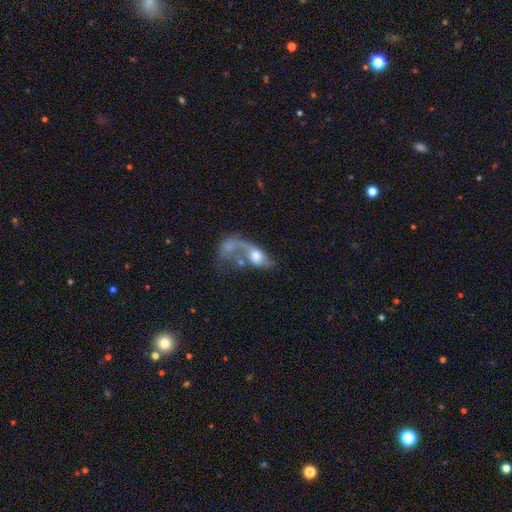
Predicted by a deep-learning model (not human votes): Smooth or featured: featured or disk — 53% (smooth — 40%)
Edge-on disk: no — 91% (yes — 9%)
Merging: merger — 43% (major disturbance — 35%)